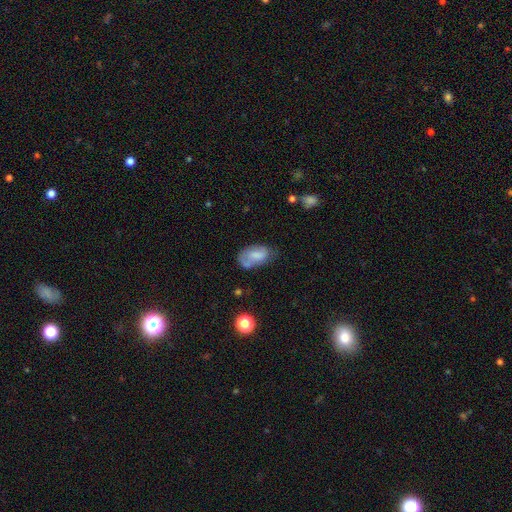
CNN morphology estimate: This is likely a smooth galaxy (69%). How rounded: clearly in between (92%). Merging: marginally none (45%).